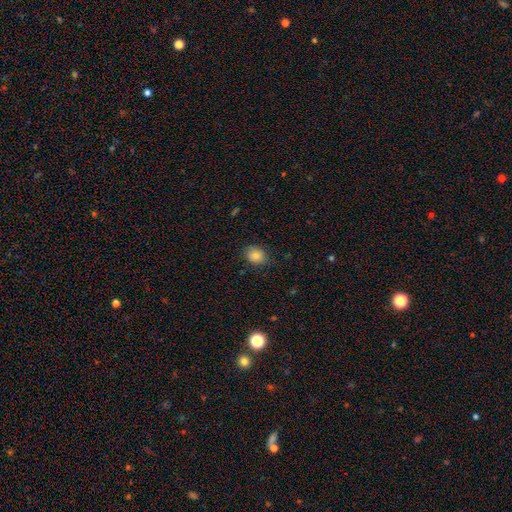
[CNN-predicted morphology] The model was most divided on "how rounded": round: 60%, in between: 40%, cigar-shaped: 1%. More confident: smooth or featured — smooth (85%); merging — none (83%).